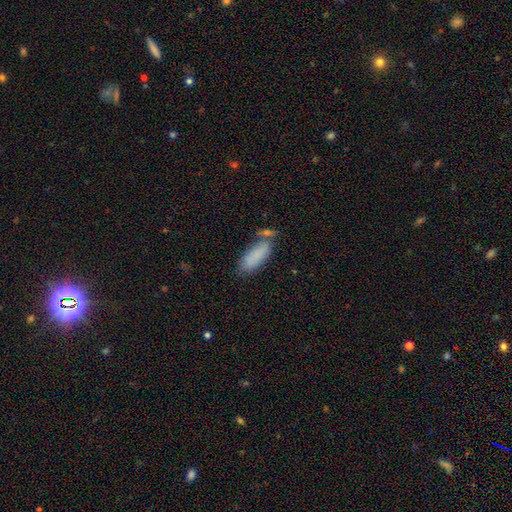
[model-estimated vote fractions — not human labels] smooth-or-featured: smooth: 84% | featured or disk: 9% | star or artifact: 7%
  how-rounded: in between: 72% | cigar-shaped: 26% | round: 2%
  merging: none: 57% | minor disturbance: 20% | merger: 17% | major disturbance: 6%